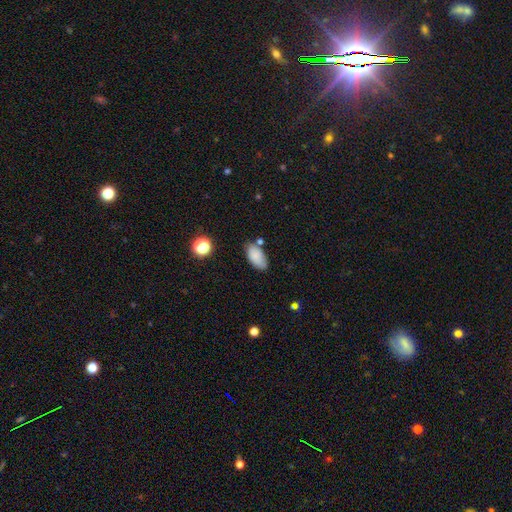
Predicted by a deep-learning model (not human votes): Q: Smooth or featured?
A: smooth (84%); runner-up: star or artifact (9%)
Q: How rounded?
A: in between (94%); runner-up: cigar-shaped (3%)
Q: Merging?
A: none (71%); runner-up: minor disturbance (18%)